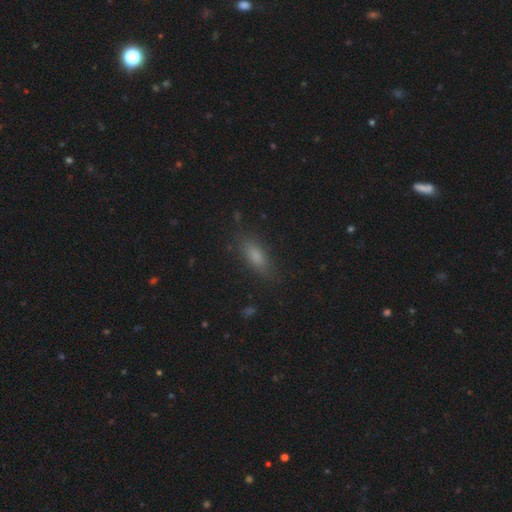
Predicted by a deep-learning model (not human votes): A smooth galaxy with no disk features (75%) that is in between round and cigar-shaped (61%).

Vote fractions:
- Smooth or featured? smooth: 75% / featured or disk: 14% / star or artifact: 12%
- How rounded? in between: 61% / cigar-shaped: 36% / round: 3%
- Merging? none: 82% / minor disturbance: 12% / major disturbance: 4% / merger: 1%